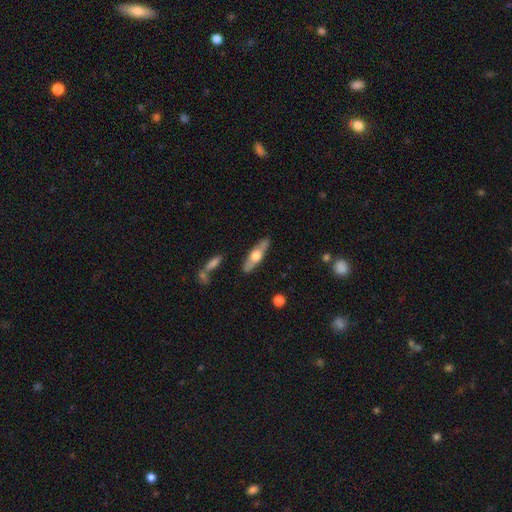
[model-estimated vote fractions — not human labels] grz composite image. It shows a featured or disk galaxy (50%). Merging: none (85%).